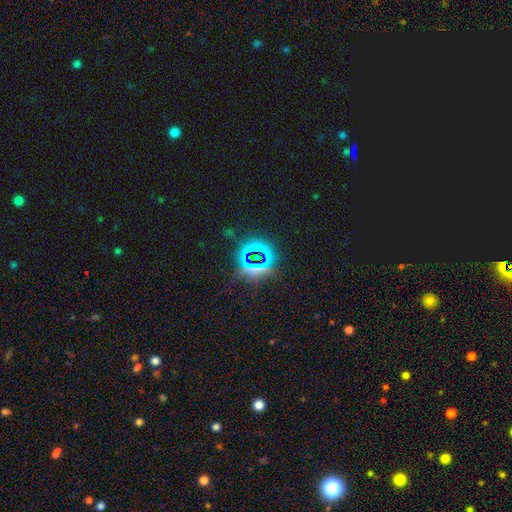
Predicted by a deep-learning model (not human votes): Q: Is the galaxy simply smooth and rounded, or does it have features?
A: star or artifact — 74%.